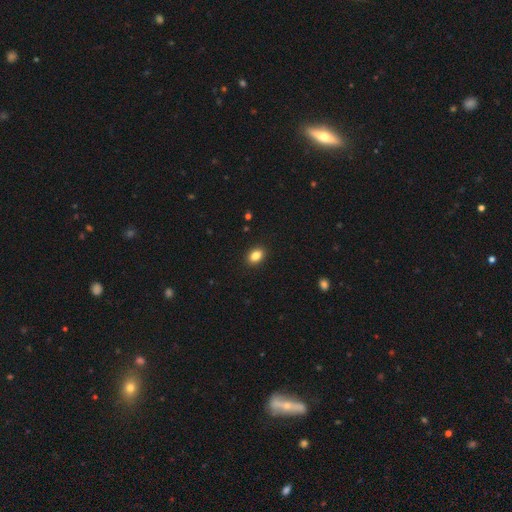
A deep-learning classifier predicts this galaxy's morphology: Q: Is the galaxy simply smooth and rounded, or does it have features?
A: smooth — 85%.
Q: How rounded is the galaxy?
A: in between — 76%.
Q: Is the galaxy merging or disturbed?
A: none — 90%.